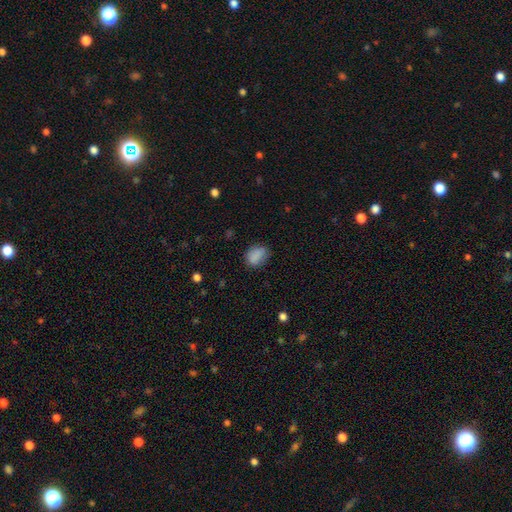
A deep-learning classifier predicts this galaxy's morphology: Q: Smooth or featured?
A: smooth (85%); runner-up: star or artifact (9%)
Q: How rounded?
A: in between (74%); runner-up: round (25%)
Q: Merging?
A: none (70%); runner-up: minor disturbance (23%)